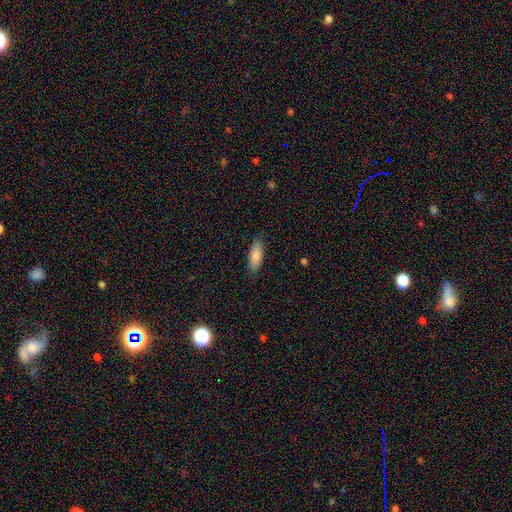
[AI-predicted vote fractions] This is clearly a smooth galaxy (86%). How rounded: likely in between (67%). Merging: clearly none (86%).